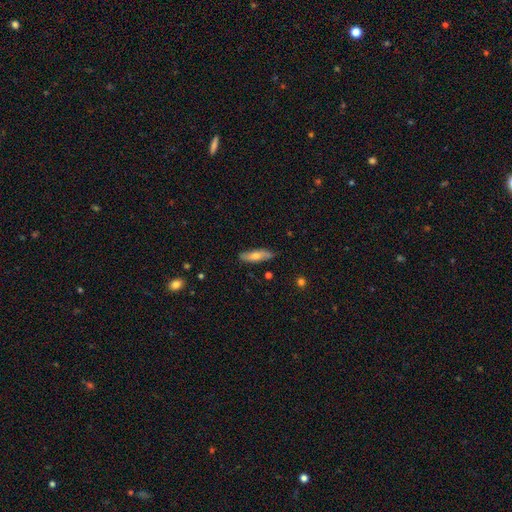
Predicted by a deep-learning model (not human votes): Smooth or featured? Predicted: smooth (p=0.60). How rounded? Predicted: cigar-shaped (p=0.63). Merging? Predicted: none (p=0.85).